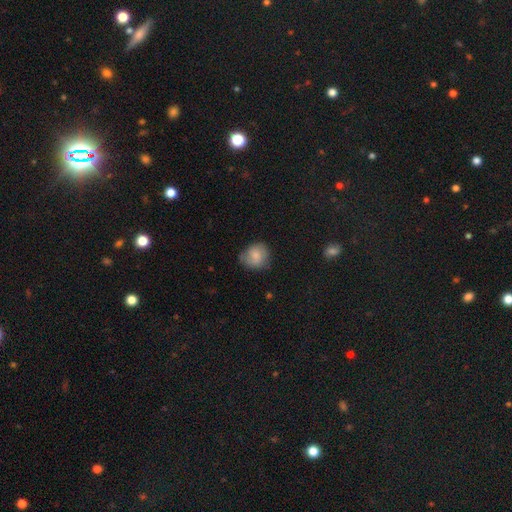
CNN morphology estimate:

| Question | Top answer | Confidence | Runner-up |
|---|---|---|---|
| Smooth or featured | smooth | 72% | featured or disk (20%) |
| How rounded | round | 81% | in between (18%) |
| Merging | none | 65% | minor disturbance (26%) |